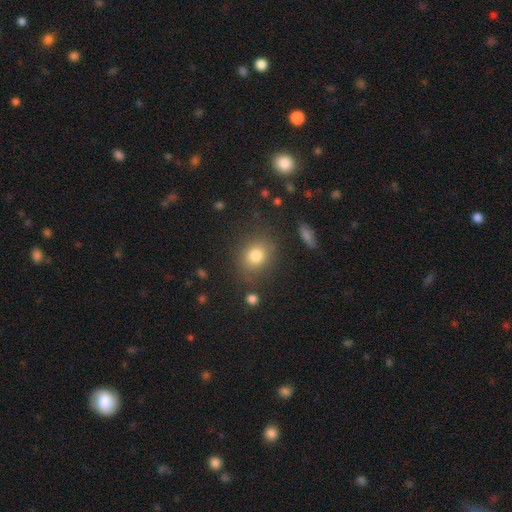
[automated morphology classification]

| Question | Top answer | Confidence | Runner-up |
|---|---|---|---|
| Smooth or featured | smooth | 80% | star or artifact (12%) |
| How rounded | round | 64% | in between (35%) |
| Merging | none | 79% | minor disturbance (12%) |